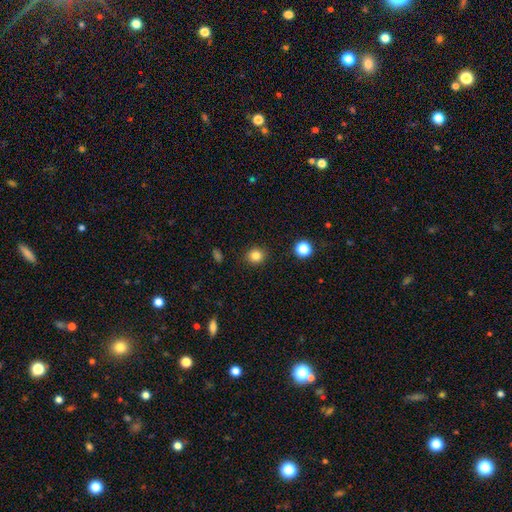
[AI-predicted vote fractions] Smooth or featured: smooth — 83% (star or artifact — 12%)
How rounded: round — 84% (in between — 15%)
Merging: none — 90% (minor disturbance — 7%)